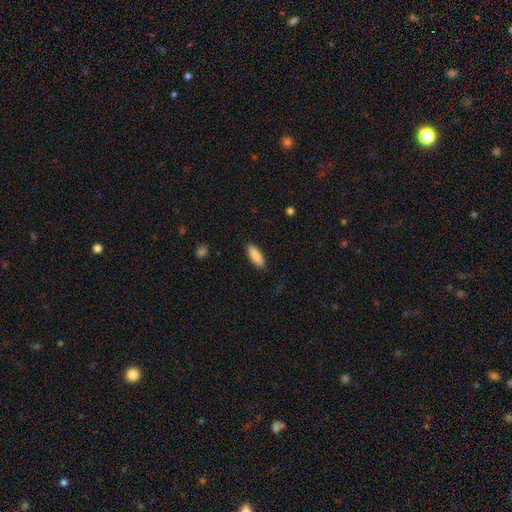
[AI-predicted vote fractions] Morphology: type=smooth (89%); roundness=in between (63%); merging=none (89%).